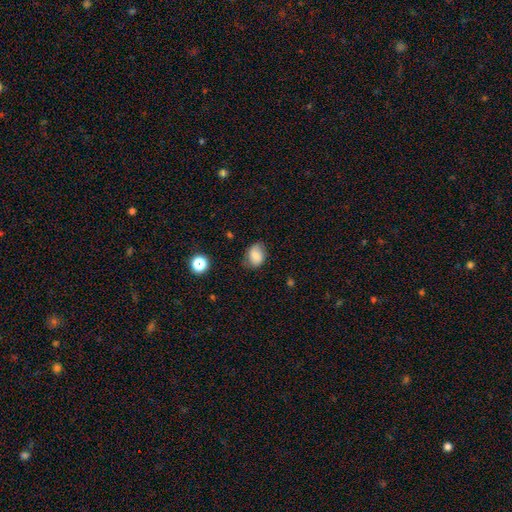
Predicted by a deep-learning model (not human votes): The model was most divided on "how rounded": in between: 63%, round: 36%, cigar-shaped: 1%. More confident: smooth or featured — smooth (77%); merging — none (64%).